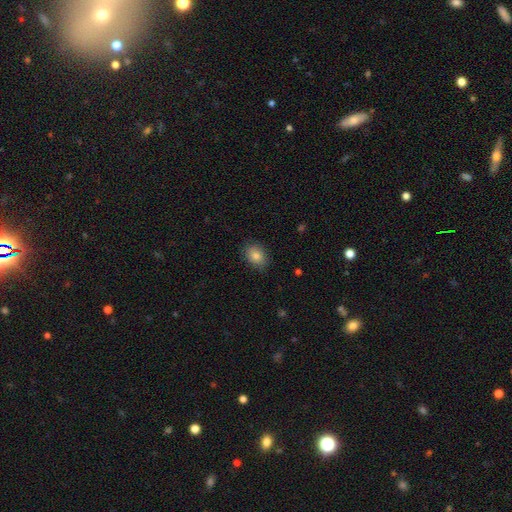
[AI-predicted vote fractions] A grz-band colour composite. It shows a smooth galaxy with no disk features (82%) that is in between round and cigar-shaped (55%). Merging: none (83%).